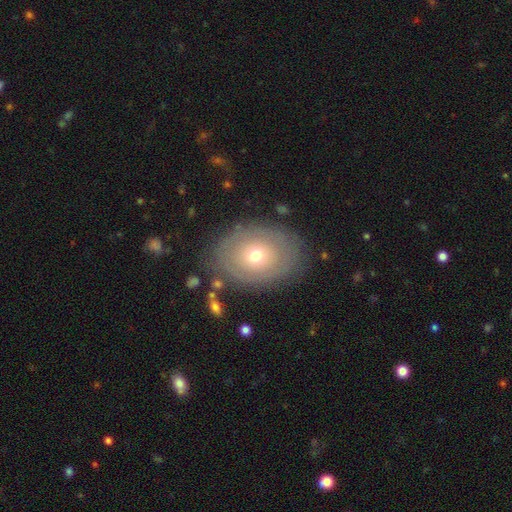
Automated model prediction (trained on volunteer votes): This appears to be a smooth galaxy with no disk features (50%). Merging: none (79%).